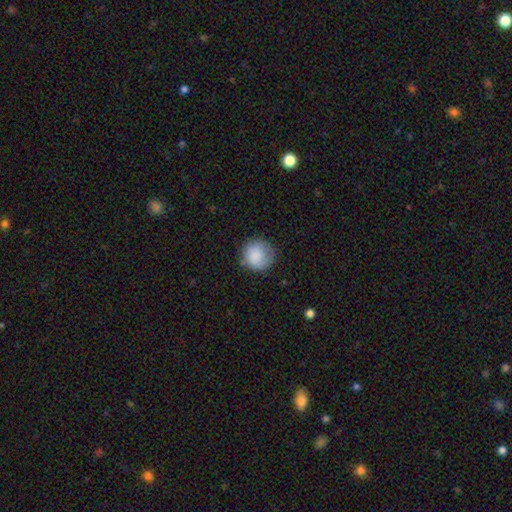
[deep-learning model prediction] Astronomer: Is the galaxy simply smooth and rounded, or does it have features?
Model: smooth — 86%.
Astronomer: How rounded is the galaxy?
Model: round — 92%.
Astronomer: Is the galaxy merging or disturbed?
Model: none — 75%.